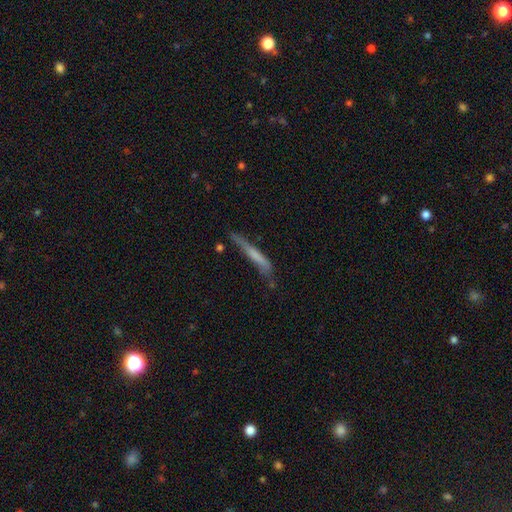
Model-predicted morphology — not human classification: smooth_or_featured: smooth (p=0.55) [alt: featured or disk p=0.38]
how_rounded: cigar-shaped (p=0.94) [alt: in between p=0.05]
merging: none (p=0.55) [alt: minor disturbance p=0.28]